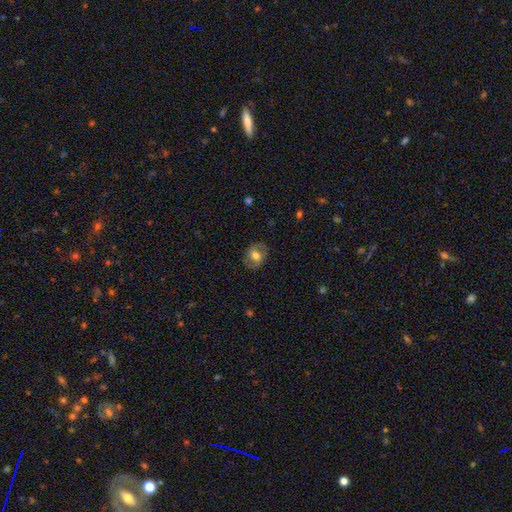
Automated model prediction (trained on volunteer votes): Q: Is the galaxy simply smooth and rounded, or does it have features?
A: smooth — 58%.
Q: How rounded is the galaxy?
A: round — 54%.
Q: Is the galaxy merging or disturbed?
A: none — 78%.